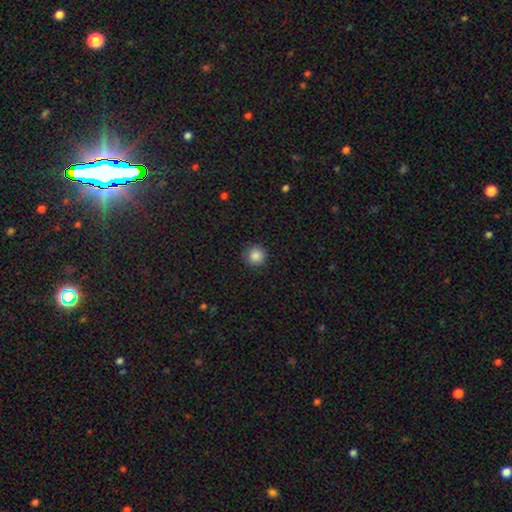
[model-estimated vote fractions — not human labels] smooth 87%, star or artifact 10%, featured or disk 3%. Down the decision tree: how rounded — round (95%); merging — none (90%).